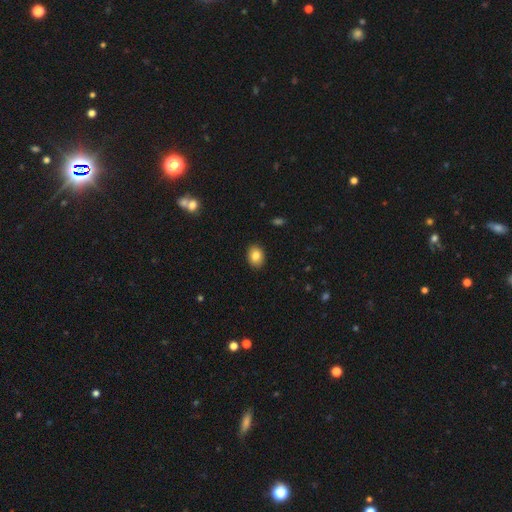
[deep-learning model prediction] Smooth or featured: smooth — 84% (star or artifact — 8%)
How rounded: in between — 64% (round — 35%)
Merging: none — 90% (minor disturbance — 7%)